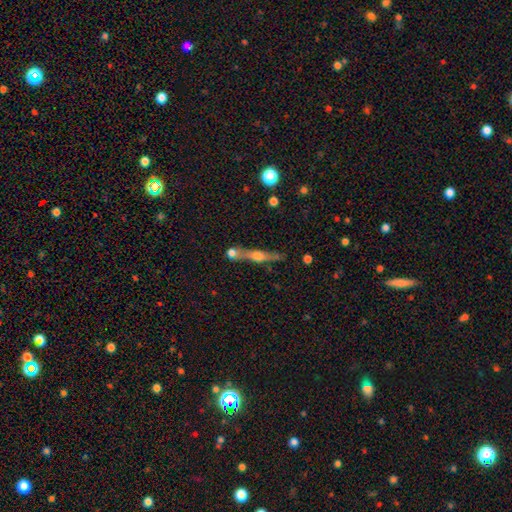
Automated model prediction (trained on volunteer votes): A featured or disk galaxy (68%) viewed edge-on (94%) with a rounded central bulge (89%).

Vote fractions:
- Smooth or featured? featured or disk: 68% / smooth: 24% / star or artifact: 8%
- Edge-on disk? yes: 94% / no: 6%
- Edge-on bulge? rounded: 89% / none: 6% / boxy: 5%
- Merging? none: 69% / merger: 16% / minor disturbance: 11% / major disturbance: 3%